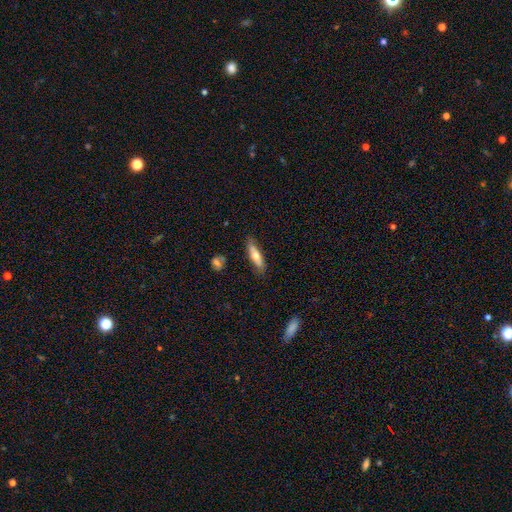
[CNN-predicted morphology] Smooth or featured: smooth — 62% (featured or disk — 32%)
How rounded: cigar-shaped — 63% (in between — 35%)
Merging: none — 81% (minor disturbance — 14%)